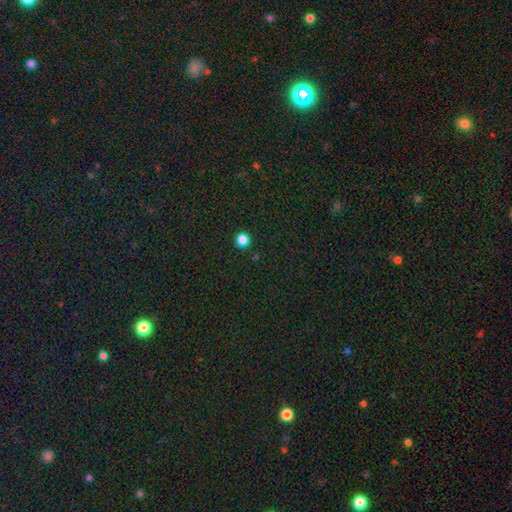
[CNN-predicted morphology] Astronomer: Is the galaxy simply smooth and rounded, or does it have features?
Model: star or artifact — 73%.